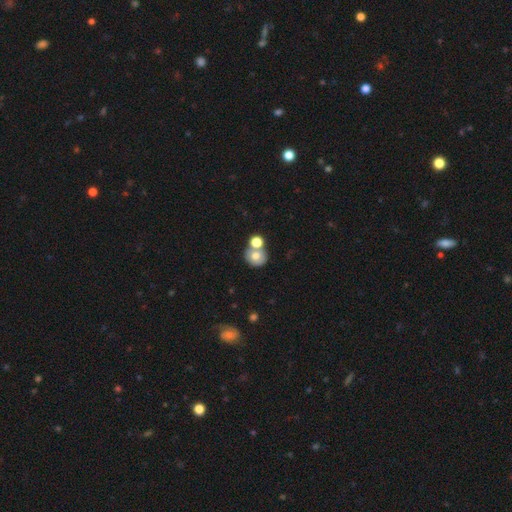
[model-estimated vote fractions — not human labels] Morphology: type=smooth (69%); roundness=round (79%); merging=none (45%).